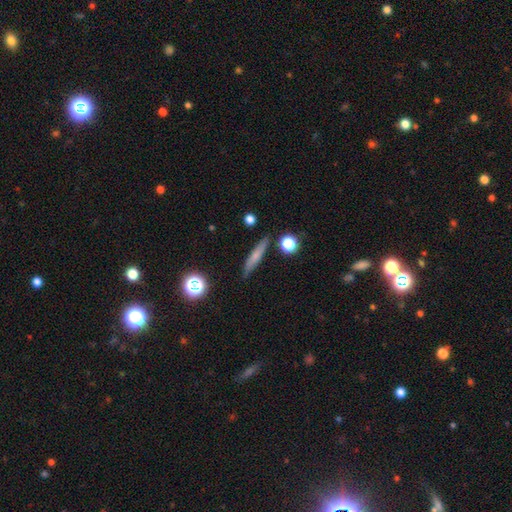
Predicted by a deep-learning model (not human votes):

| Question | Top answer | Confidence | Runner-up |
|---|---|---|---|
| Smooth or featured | smooth | 62% | featured or disk (30%) |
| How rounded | cigar-shaped | 87% | in between (10%) |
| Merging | none | 85% | minor disturbance (10%) |